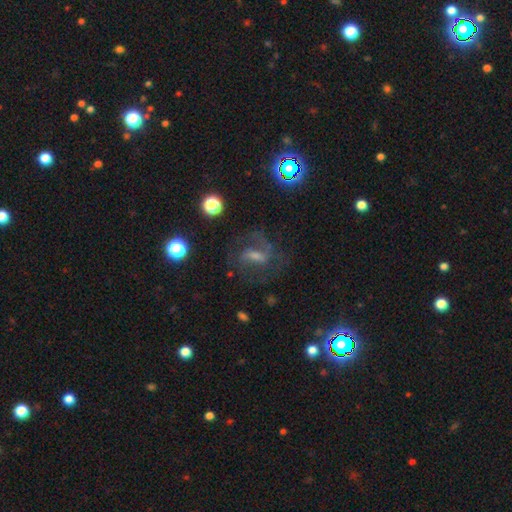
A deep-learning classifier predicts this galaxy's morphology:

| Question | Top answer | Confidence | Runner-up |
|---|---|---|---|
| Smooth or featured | featured or disk | 65% | star or artifact (18%) |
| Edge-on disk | no | 93% | yes (7%) |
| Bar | weak | 44% | strong (39%) |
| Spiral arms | yes | 88% | no (12%) |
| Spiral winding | medium | 50% | tight (28%) |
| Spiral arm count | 2 | 67% | can't tell (18%) |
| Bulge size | small | 41% | moderate (32%) |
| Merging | none | 67% | minor disturbance (16%) |